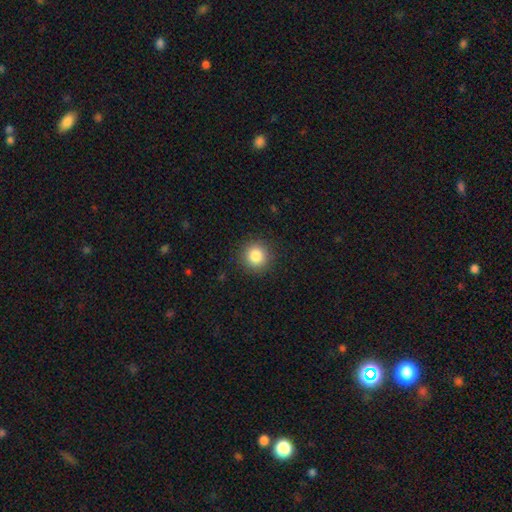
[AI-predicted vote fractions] smooth 85%, star or artifact 10%, featured or disk 5%. Down the decision tree: how rounded — round (94%); merging — none (90%).